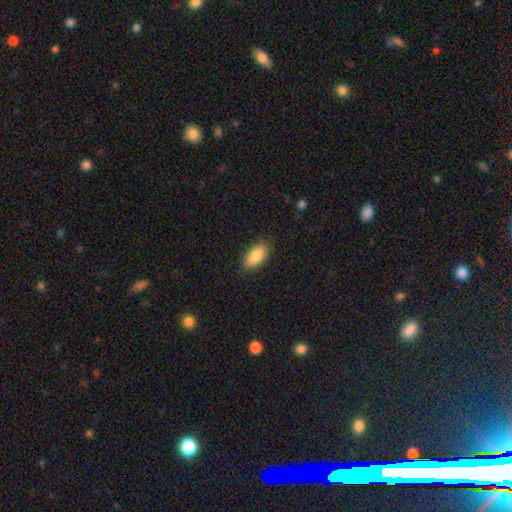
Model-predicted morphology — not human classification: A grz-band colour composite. It shows a smooth galaxy with no disk features (84%) that is in between round and cigar-shaped (90%). Merging: none (84%).